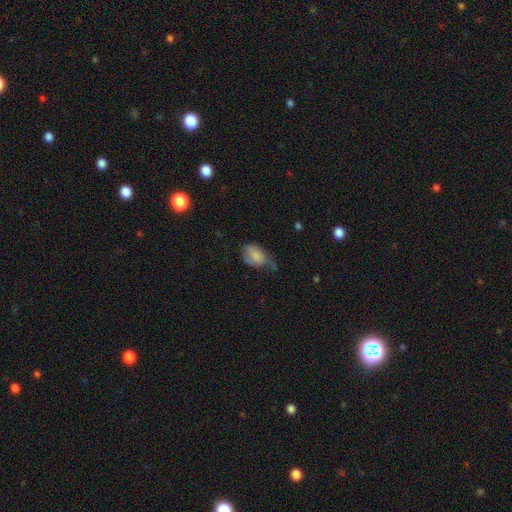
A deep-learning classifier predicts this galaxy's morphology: A smooth galaxy with no disk features (71%) that is in between round and cigar-shaped (86%). Merging: minor disturbance (39%).